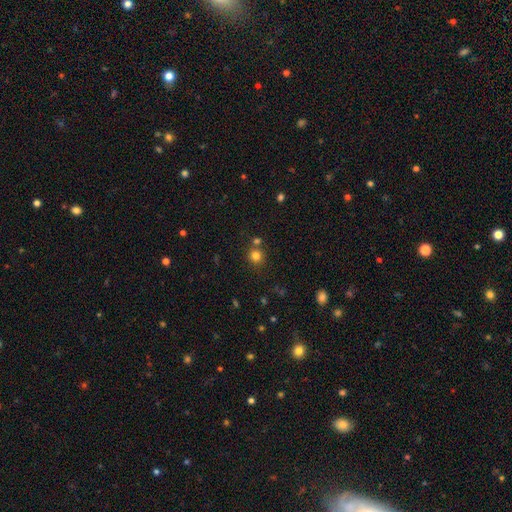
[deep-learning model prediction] smooth_or_featured: smooth (p=0.79) [alt: star or artifact p=0.15]
how_rounded: round (p=0.91) [alt: in between p=0.08]
merging: none (p=0.74) [alt: merger p=0.15]